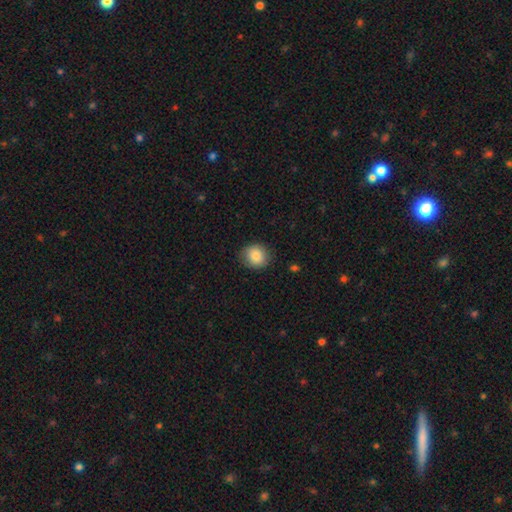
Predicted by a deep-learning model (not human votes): Q: Smooth or featured?
A: smooth (85%); runner-up: star or artifact (8%)
Q: How rounded?
A: round (80%); runner-up: in between (19%)
Q: Merging?
A: none (84%); runner-up: minor disturbance (12%)